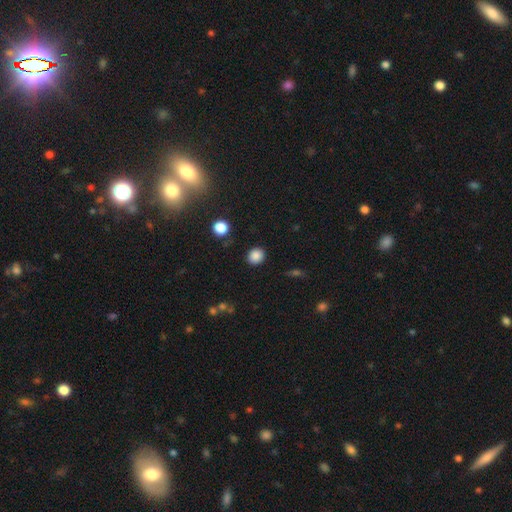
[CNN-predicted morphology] A smooth galaxy with no disk features (86%) that is round (79%). Merging: none (88%).